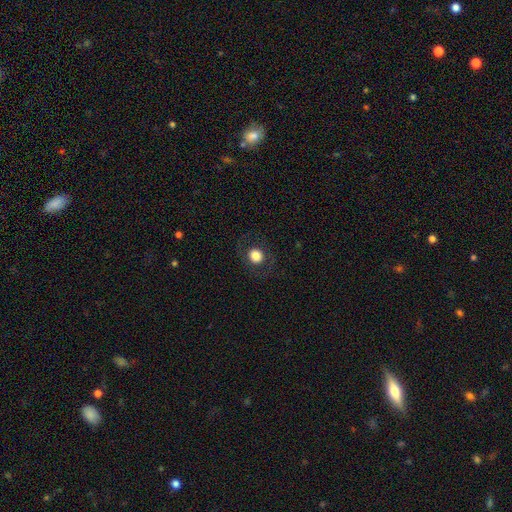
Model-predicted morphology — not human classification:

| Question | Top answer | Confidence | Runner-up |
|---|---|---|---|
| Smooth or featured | smooth | 78% | featured or disk (13%) |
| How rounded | round | 82% | in between (17%) |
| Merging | none | 86% | minor disturbance (8%) |